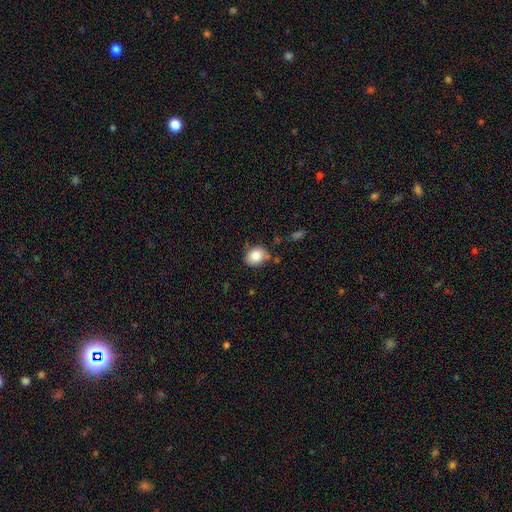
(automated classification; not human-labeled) A smooth galaxy with no disk features (83%) that is round (53%).

Vote fractions:
- Smooth or featured? smooth: 83% / star or artifact: 9% / featured or disk: 8%
- How rounded? round: 53% / in between: 46% / cigar-shaped: 1%
- Merging? none: 71% / minor disturbance: 20% / merger: 5% / major disturbance: 4%